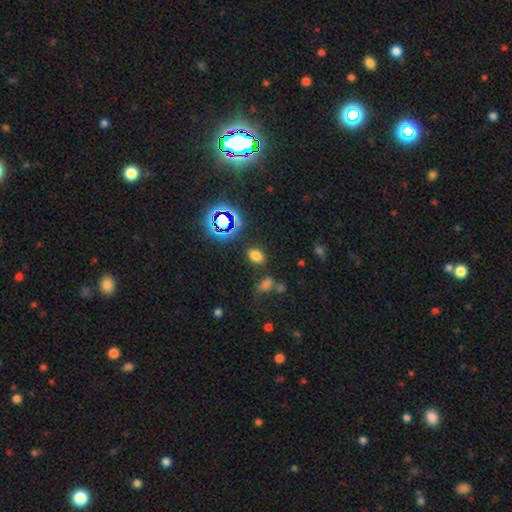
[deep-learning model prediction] smooth_or_featured: smooth (p=0.70) [alt: star or artifact p=0.24]
how_rounded: in between (p=0.77) [alt: round p=0.21]
merging: none (p=0.80) [alt: minor disturbance p=0.10]